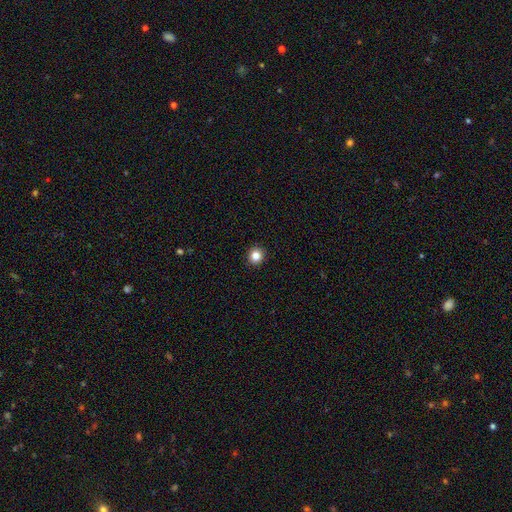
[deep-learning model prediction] A smooth galaxy with no disk features (83%) that is round (93%).

Vote fractions:
- Smooth or featured? smooth: 83% / star or artifact: 12% / featured or disk: 5%
- How rounded? round: 93% / in between: 6% / cigar-shaped: 1%
- Merging? none: 93% / minor disturbance: 4% / major disturbance: 1% / merger: 1%